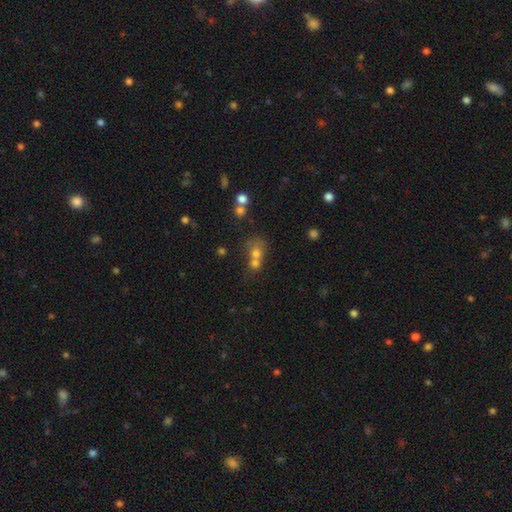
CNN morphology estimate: Q: Smooth or featured?
A: smooth (67%); runner-up: featured or disk (17%)
Q: How rounded?
A: round (72%); runner-up: in between (27%)
Q: Merging?
A: merger (59%); runner-up: none (27%)